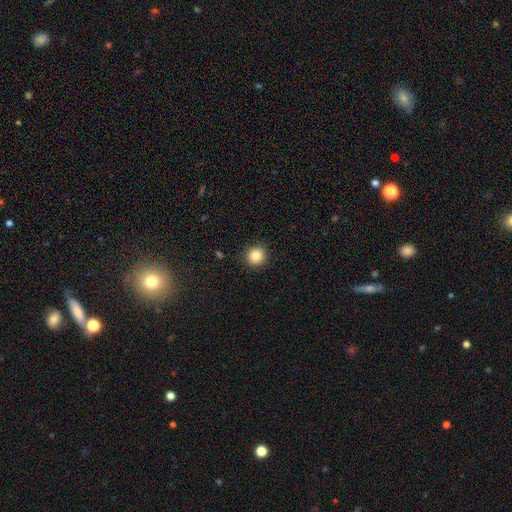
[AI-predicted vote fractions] smooth 85%, star or artifact 10%, featured or disk 4%. Down the decision tree: how rounded — round (94%); merging — none (91%).